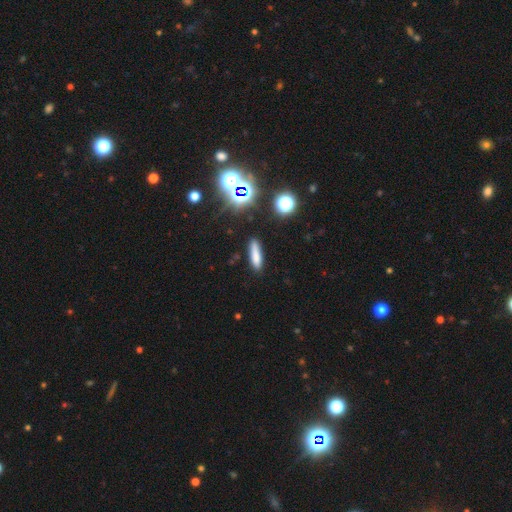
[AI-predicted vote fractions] Morphology: type=smooth (75%); roundness=cigar-shaped (72%); merging=none (85%).